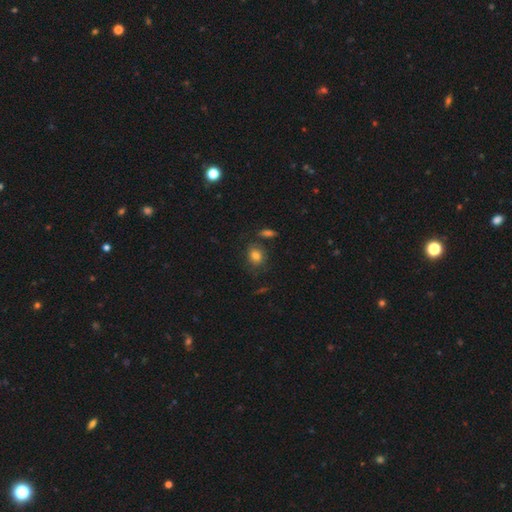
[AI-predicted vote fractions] Smooth or featured?
  - smooth: 79% *
  - star or artifact: 10%
  - featured or disk: 10%
How rounded?
  - round: 51% *
  - in between: 48%
  - cigar-shaped: 1%
Merging?
  - none: 71% *
  - minor disturbance: 17%
  - merger: 7%
  - major disturbance: 6%